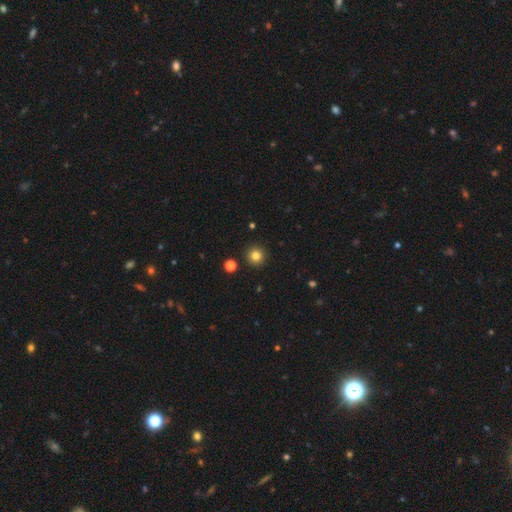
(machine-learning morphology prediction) type=smooth (82%); roundness=round (95%); merging=none (92%).